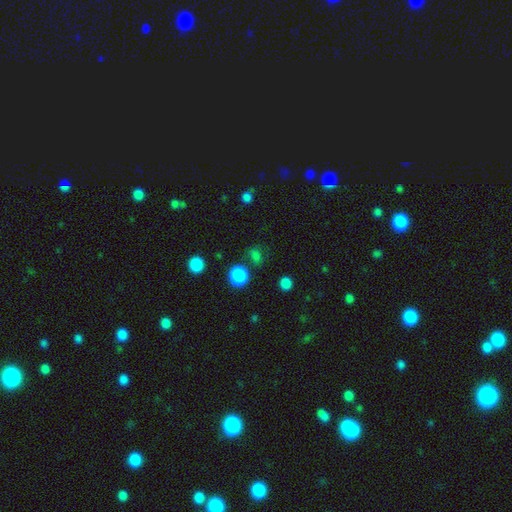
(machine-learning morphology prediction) A smooth galaxy with no disk features (76%) that is round (68%). Merging: none (73%).